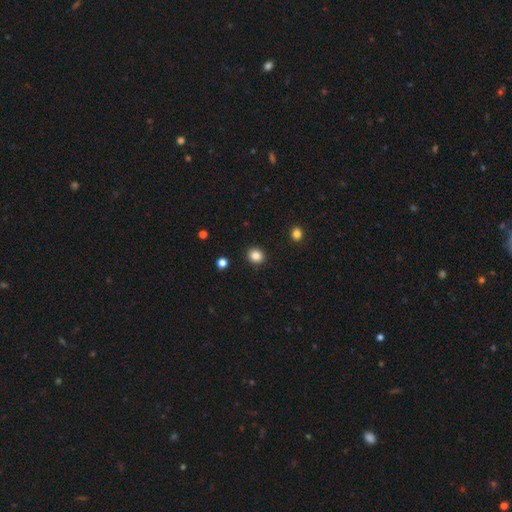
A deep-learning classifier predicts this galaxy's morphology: Overall: smooth (85%). How rounded: round (81%). Merging: none (91%).